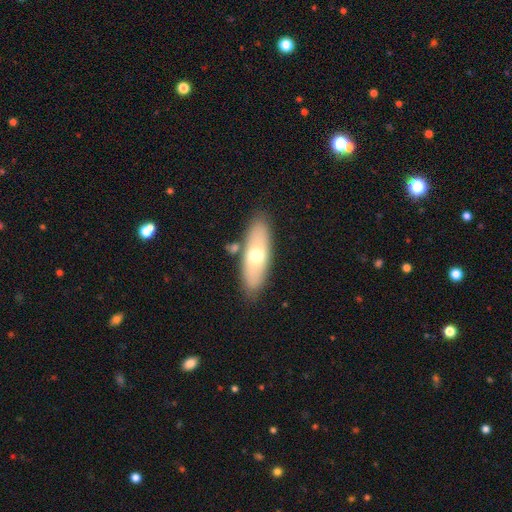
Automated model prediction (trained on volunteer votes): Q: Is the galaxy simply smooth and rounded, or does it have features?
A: smooth — 59%.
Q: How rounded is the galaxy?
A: in between — 65%.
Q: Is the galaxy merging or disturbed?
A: none — 82%.